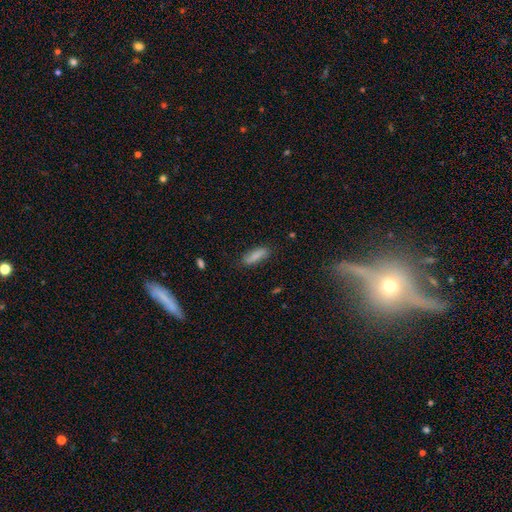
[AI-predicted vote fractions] Smooth or featured?
  - smooth: 82% *
  - featured or disk: 11%
  - star or artifact: 7%
How rounded?
  - in between: 54% *
  - cigar-shaped: 45%
  - round: 2%
Merging?
  - none: 80% *
  - minor disturbance: 15%
  - major disturbance: 3%
  - merger: 2%